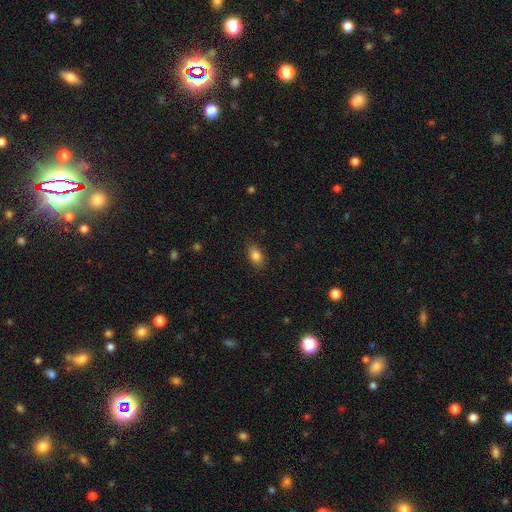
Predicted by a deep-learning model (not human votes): This appears to be a smooth galaxy with no disk features (85%) that is in between round and cigar-shaped (88%). Merging: none (87%).